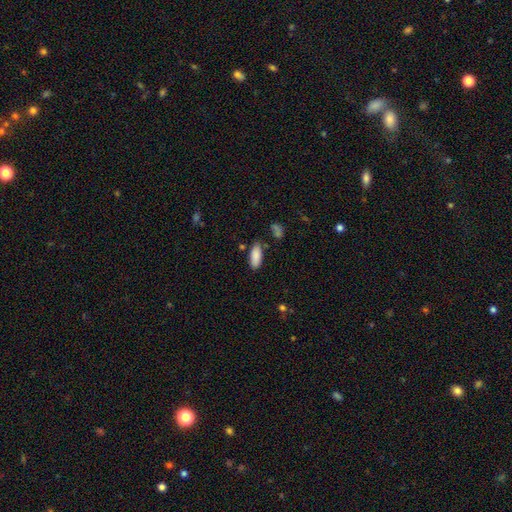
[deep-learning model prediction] Overall: smooth (88%). How rounded: in between (81%). Merging: none (79%).